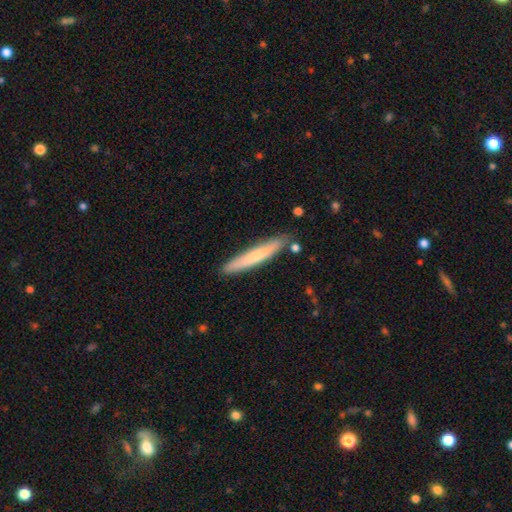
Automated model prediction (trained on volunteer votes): This is likely a smooth galaxy (66%). How rounded: clearly cigar-shaped (94%). Merging: clearly none (85%).